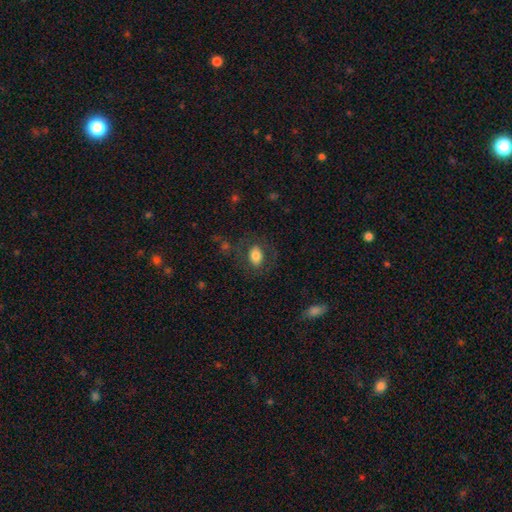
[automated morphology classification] smooth-or-featured: smooth: 74% | featured or disk: 18% | star or artifact: 8%
  how-rounded: in between: 78% | round: 21% | cigar-shaped: 1%
  merging: none: 74% | minor disturbance: 14% | major disturbance: 11% | merger: 2%